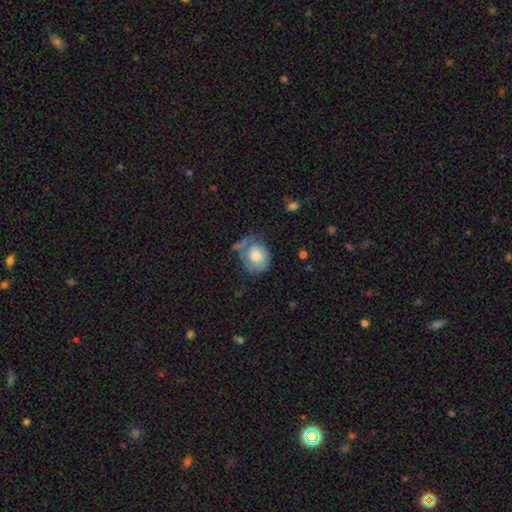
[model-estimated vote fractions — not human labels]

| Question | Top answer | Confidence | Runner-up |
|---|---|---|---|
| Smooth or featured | smooth | 58% | featured or disk (35%) |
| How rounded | round | 68% | in between (31%) |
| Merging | none | 44% | minor disturbance (29%) |